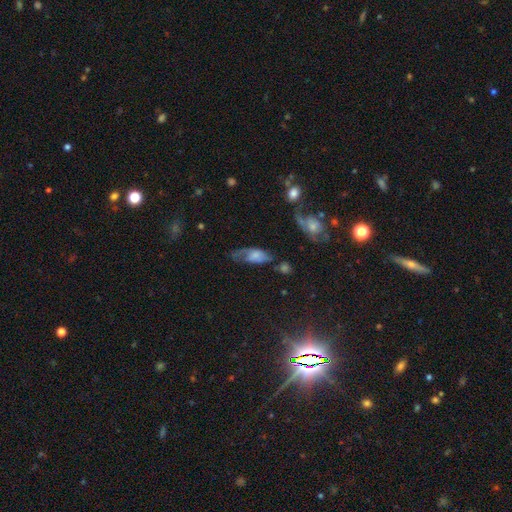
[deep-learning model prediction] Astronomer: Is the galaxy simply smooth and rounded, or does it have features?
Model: smooth — 47% (runner-up: featured or disk, 43%).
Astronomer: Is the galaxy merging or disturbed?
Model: none — 42% (runner-up: minor disturbance, 30%).